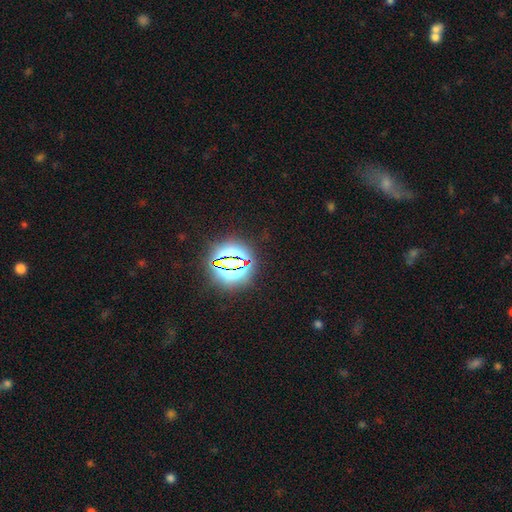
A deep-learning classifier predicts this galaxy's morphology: This appears to be a star or artifact, not a galaxy (78%).